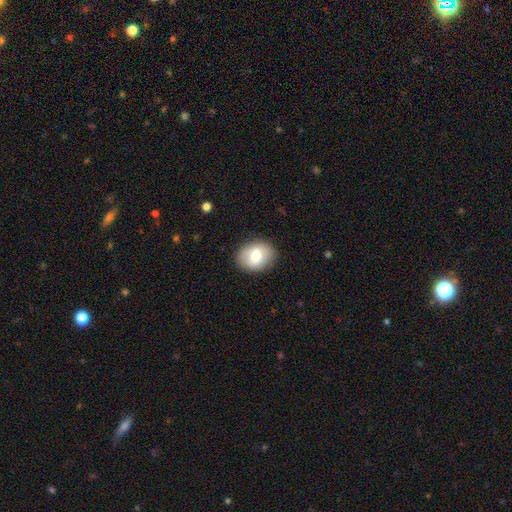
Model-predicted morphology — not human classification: Smooth or featured? smooth (73%)
How rounded? in between (70%)
Merging? none (86%)